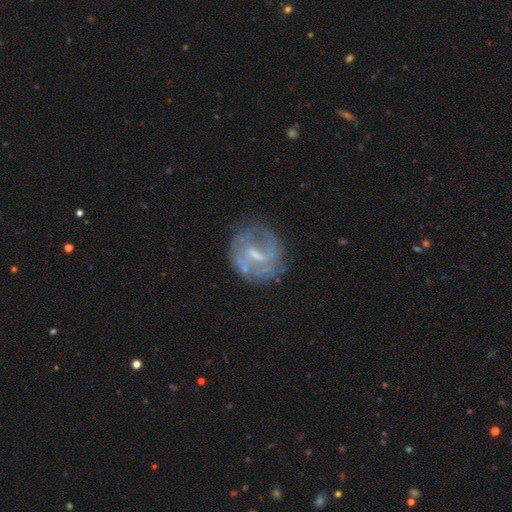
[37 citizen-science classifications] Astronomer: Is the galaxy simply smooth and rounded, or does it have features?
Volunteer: featured or disk — 89%.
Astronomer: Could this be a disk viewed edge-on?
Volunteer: no — 97%.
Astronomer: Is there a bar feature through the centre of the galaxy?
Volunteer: strong — 41% (runner-up: weak, 34%).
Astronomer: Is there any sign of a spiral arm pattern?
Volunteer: yes — 59% (runner-up: no, 41%).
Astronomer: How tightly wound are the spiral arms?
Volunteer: tight — 68%.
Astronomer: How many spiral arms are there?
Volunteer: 2 — 79%.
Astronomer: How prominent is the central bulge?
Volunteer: small — 34% (runner-up: moderate, 31%).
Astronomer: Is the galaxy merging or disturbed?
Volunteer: none — 76%.